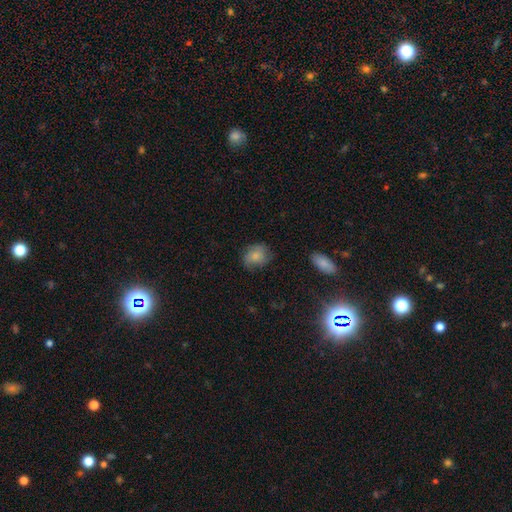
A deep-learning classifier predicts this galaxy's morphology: This is likely a smooth galaxy (72%). How rounded: possibly round (59%). Merging: likely none (67%).